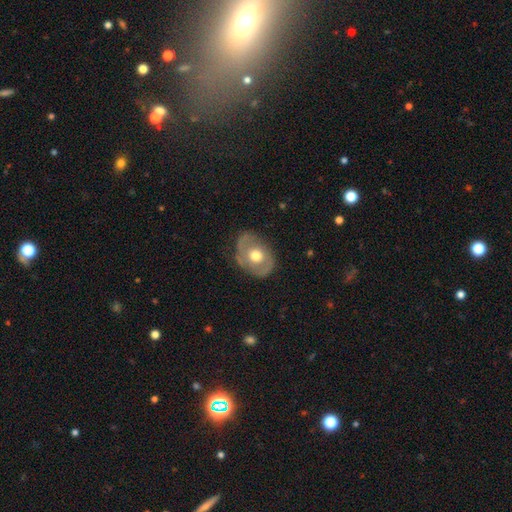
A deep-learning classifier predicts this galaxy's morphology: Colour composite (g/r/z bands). It shows a featured or disk galaxy (52%). Merging: none (69%).